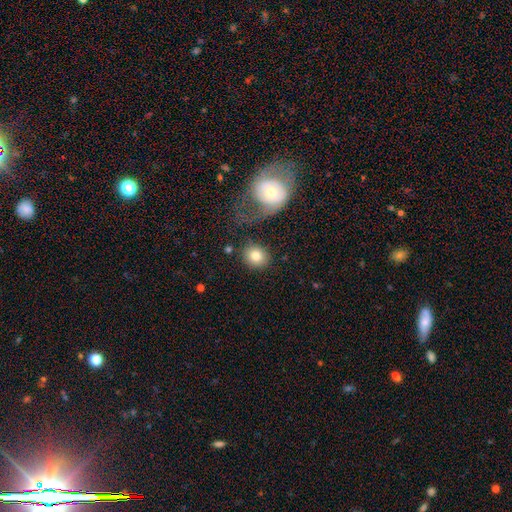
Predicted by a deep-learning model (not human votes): This appears to be a smooth galaxy with no disk features (81%) that is round (73%). Merging: none (79%).